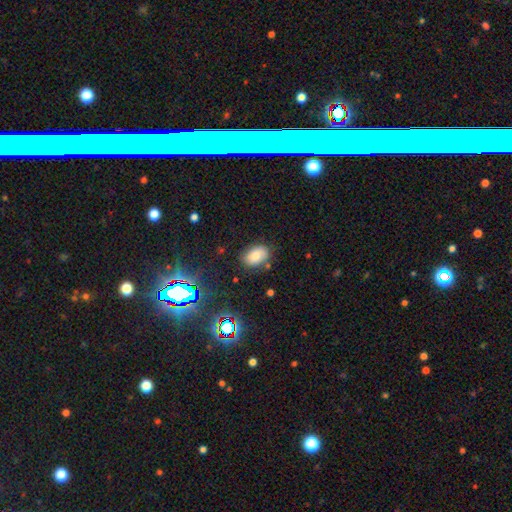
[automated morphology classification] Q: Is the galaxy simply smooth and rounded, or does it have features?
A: smooth — 71%.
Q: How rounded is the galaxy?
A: in between — 82%.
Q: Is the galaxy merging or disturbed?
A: none — 79%.